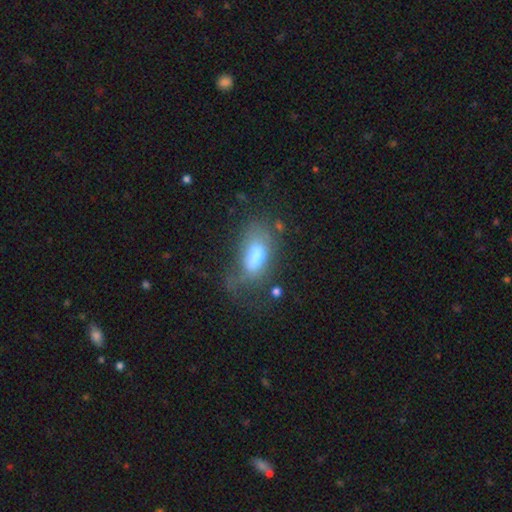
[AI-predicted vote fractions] Smooth or featured? smooth (67%)
How rounded? in between (88%)
Merging? none (37%)